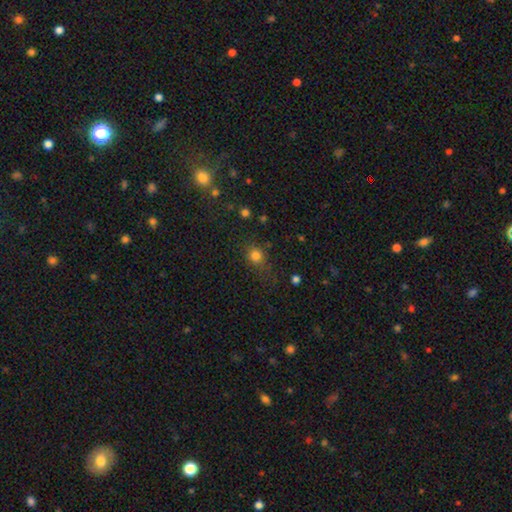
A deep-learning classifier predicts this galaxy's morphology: Smooth or featured: smooth — 79% (star or artifact — 14%)
How rounded: round — 78% (in between — 21%)
Merging: none — 72% (minor disturbance — 17%)